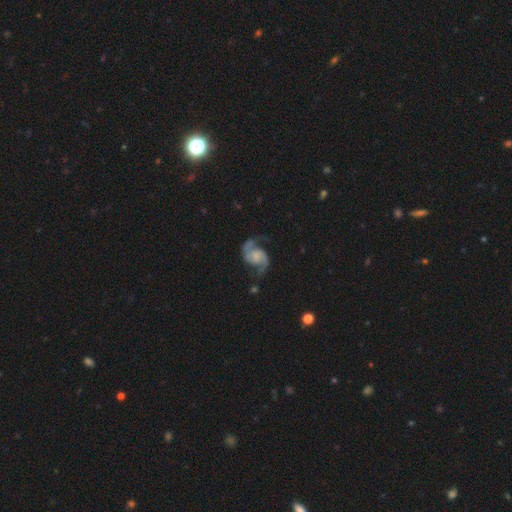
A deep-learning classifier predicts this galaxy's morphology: Smooth or featured?
  - featured or disk: 90% *
  - smooth: 5%
  - star or artifact: 5%
Edge-on disk?
  - no: 98% *
  - yes: 2%
Bar?
  - no: 63% *
  - weak: 29%
  - strong: 8%
Spiral arms?
  - yes: 98% *
  - no: 2%
Spiral winding?
  - medium: 49% *
  - loose: 40%
  - tight: 11%
Spiral arm count?
  - 2: 94% *
  - can't tell: 1%
  - 1: 1%
  - 3: 1%
  - 4: 1%
  - more than 4: 1%
Bulge size?
  - none: 45% *
  - small: 27%
  - moderate: 17%
  - large: 9%
  - dominant: 2%
Merging?
  - none: 75% *
  - minor disturbance: 14%
  - major disturbance: 8%
  - merger: 2%